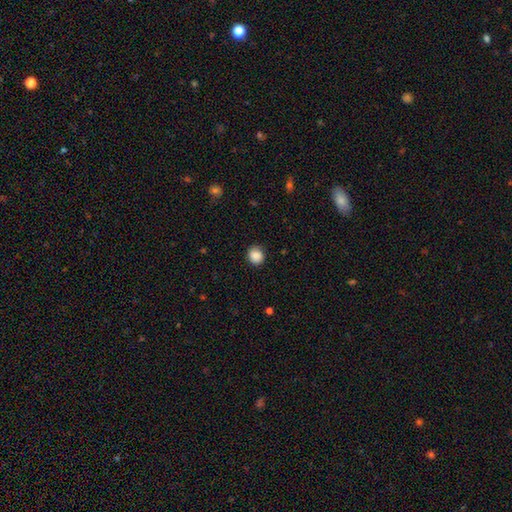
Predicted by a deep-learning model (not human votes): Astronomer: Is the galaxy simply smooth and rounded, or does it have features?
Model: smooth — 87%.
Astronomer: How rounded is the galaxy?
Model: round — 82%.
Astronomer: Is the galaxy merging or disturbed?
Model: none — 85%.